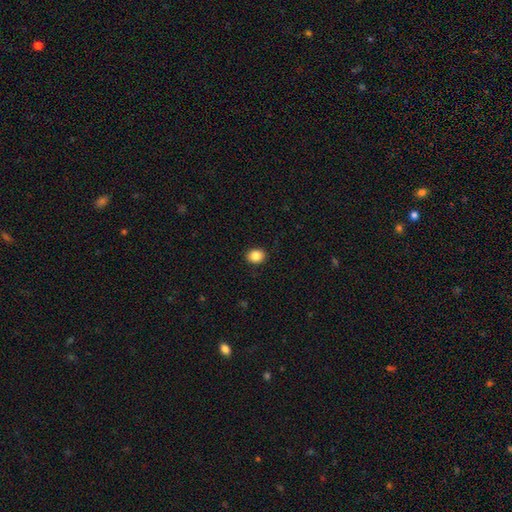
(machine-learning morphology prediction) smooth 87%, star or artifact 9%, featured or disk 4%. Down the decision tree: how rounded — round (55%); merging — none (91%).